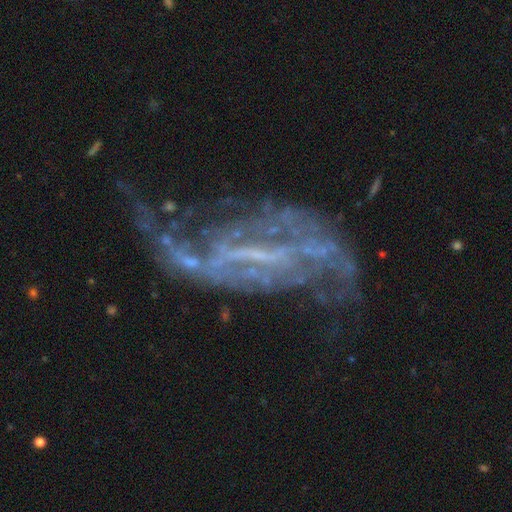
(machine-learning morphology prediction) Overall: featured or disk (80%). Edge-on disk: no (92%). Bar: strong (49%; weak 31%). Spiral arms: yes (79%). Spiral arm count: 2 (58%; can't tell 22%). Spiral winding: loose (53%; medium 30%). Bulge size: none (53%; small 36%). Merging: major disturbance (40%; none 34%).